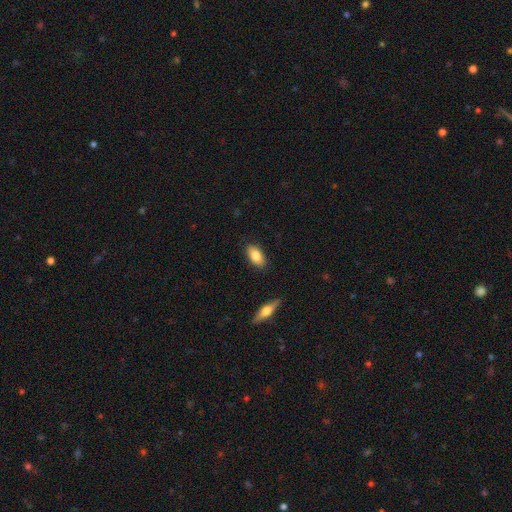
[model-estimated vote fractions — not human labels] Smooth or featured: smooth — 82% (featured or disk — 12%)
How rounded: in between — 90% (cigar-shaped — 7%)
Merging: none — 87% (minor disturbance — 9%)